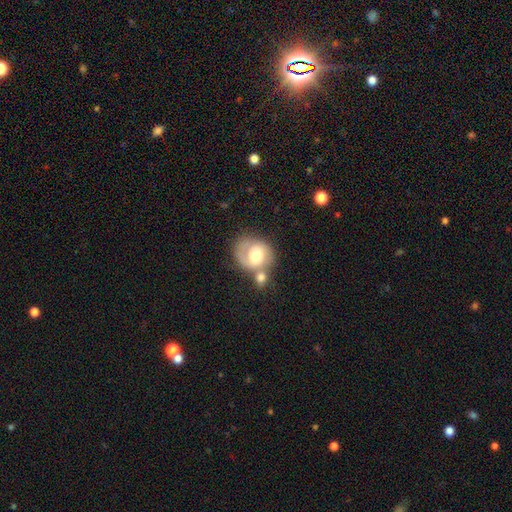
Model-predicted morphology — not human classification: Smooth or featured: featured or disk — 54% (smooth — 40%)
Edge-on disk: no — 97% (yes — 3%)
Bar: no — 59% (weak — 33%)
Spiral arms: yes — 74% (no — 26%)
Bulge size: moderate — 66% (large — 20%)
Merging: merger — 38% (none — 34%)